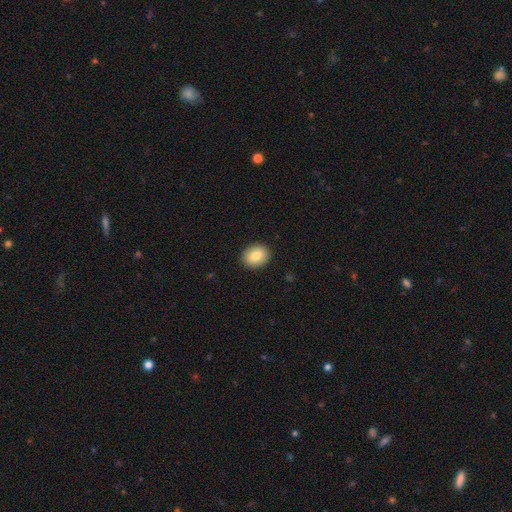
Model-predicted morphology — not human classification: smooth_or_featured: smooth (p=0.83) [alt: featured or disk p=0.09]
how_rounded: in between (p=0.54) [alt: round p=0.45]
merging: none (p=0.91) [alt: minor disturbance p=0.06]